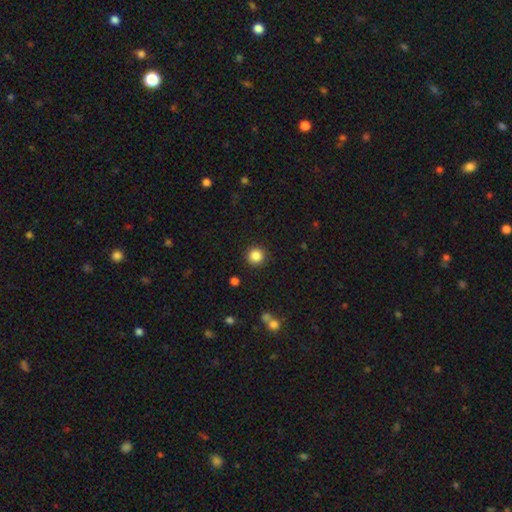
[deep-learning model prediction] smooth_or_featured: smooth (p=0.85) [alt: star or artifact p=0.10]
how_rounded: round (p=0.94) [alt: in between p=0.05]
merging: none (p=0.91) [alt: minor disturbance p=0.06]